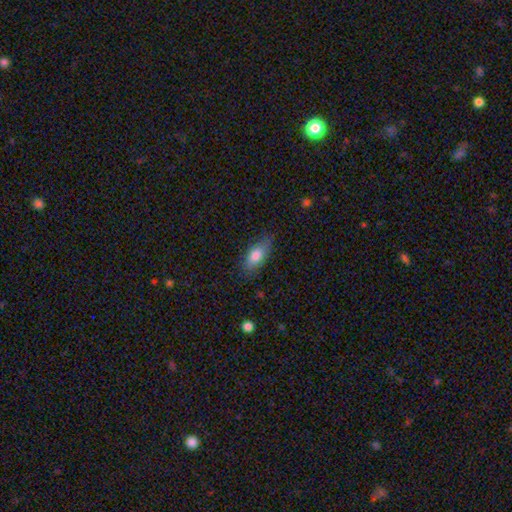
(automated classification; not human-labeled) The model was most divided on "merging": none: 76%, minor disturbance: 19%, major disturbance: 4%, merger: 1%. More confident: how rounded — in between (82%); smooth or featured — smooth (79%).